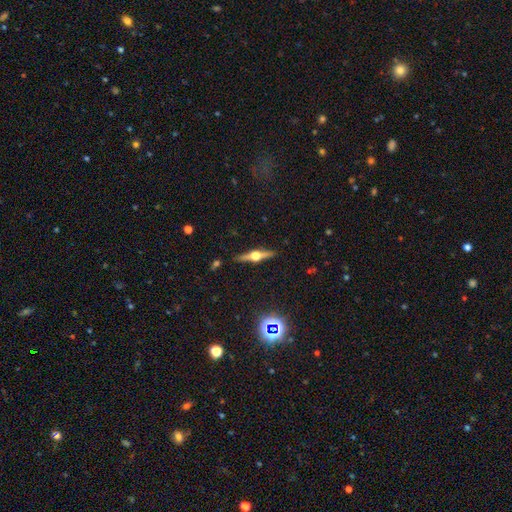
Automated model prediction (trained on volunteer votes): A featured or disk galaxy (77%) viewed edge-on (98%) with a rounded central bulge (95%). Merging: none (90%).